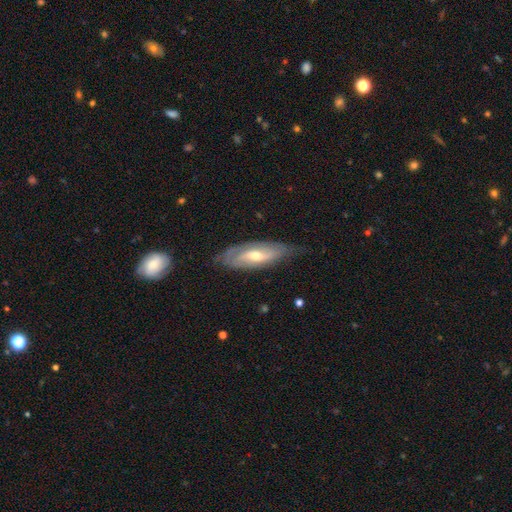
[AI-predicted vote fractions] smooth_or_featured: featured or disk (p=0.68) [alt: smooth p=0.26]
disk_edge_on: no (p=0.78) [alt: yes p=0.22]
bar: weak (p=0.42) [alt: no p=0.41]
has_spiral_arms: yes (p=0.77) [alt: no p=0.23]
bulge_size: moderate (p=0.64) [alt: small p=0.29]
merging: none (p=0.67) [alt: minor disturbance p=0.25]